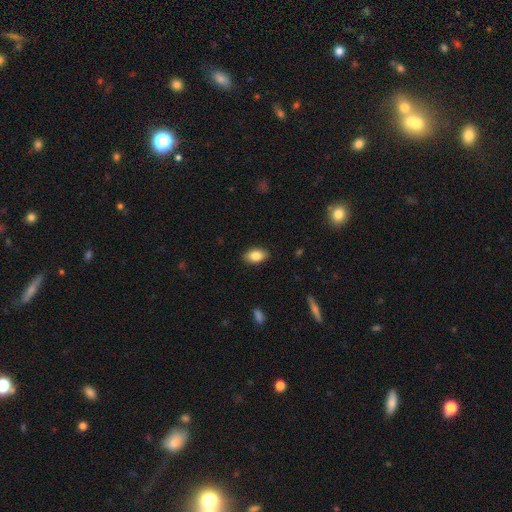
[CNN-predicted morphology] smooth 86%, star or artifact 7%, featured or disk 7%. Down the decision tree: how rounded — in between (91%); merging — none (88%).